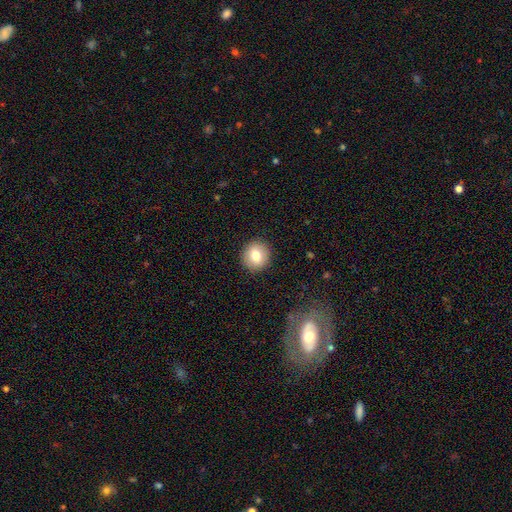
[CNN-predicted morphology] smooth_or_featured: smooth (p=0.79) [alt: featured or disk p=0.13]
how_rounded: round (p=0.89) [alt: in between p=0.10]
merging: none (p=0.91) [alt: minor disturbance p=0.06]